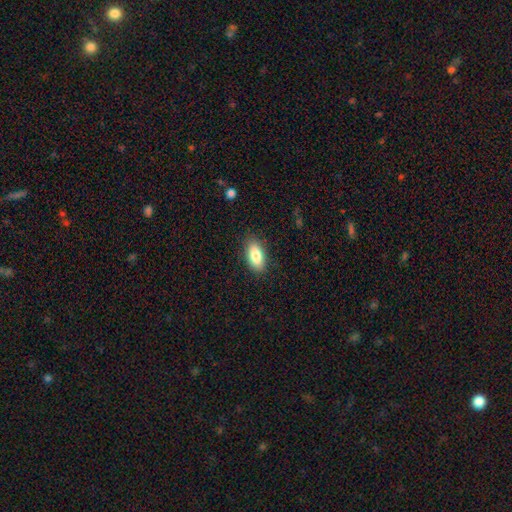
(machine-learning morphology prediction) Smooth or featured?
  - smooth: 84% *
  - featured or disk: 9%
  - star or artifact: 7%
How rounded?
  - in between: 90% *
  - cigar-shaped: 7%
  - round: 3%
Merging?
  - none: 85% *
  - minor disturbance: 11%
  - major disturbance: 3%
  - merger: 1%